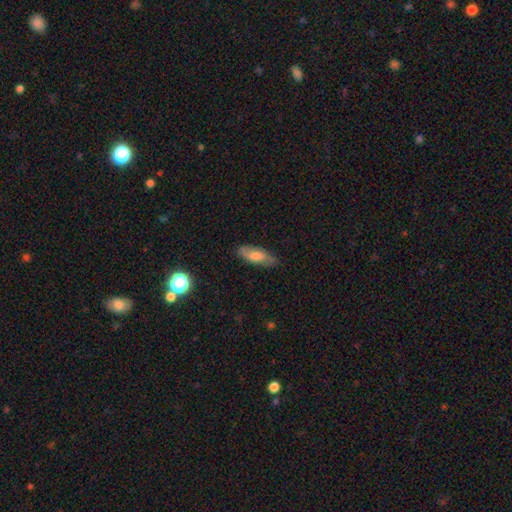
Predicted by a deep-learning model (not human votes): smooth_or_featured: smooth (p=0.60) [alt: featured or disk p=0.33]
how_rounded: in between (p=0.69) [alt: cigar-shaped p=0.28]
merging: none (p=0.82) [alt: minor disturbance p=0.14]